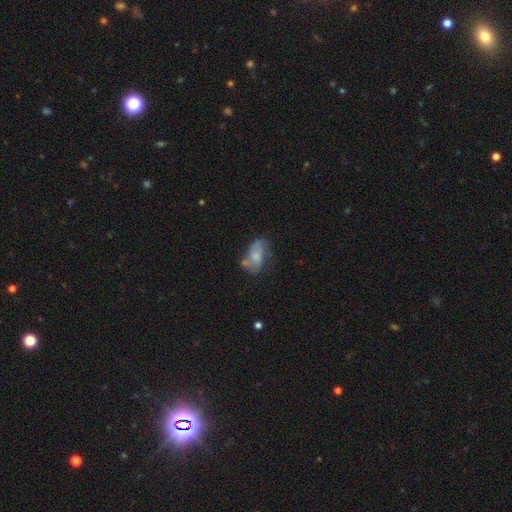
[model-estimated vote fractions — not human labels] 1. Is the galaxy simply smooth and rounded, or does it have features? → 50% smooth, 41% featured or disk, 9% star or artifact.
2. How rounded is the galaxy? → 89% in between, 7% round, 4% cigar-shaped.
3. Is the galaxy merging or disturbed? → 40% none, 28% minor disturbance, 19% major disturbance, 13% merger.